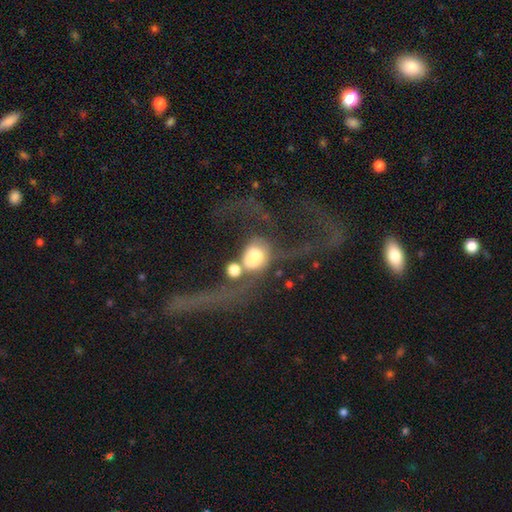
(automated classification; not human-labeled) The model was most divided on "smooth or featured": smooth: 48%, featured or disk: 39%, star or artifact: 13%. Remaining: merging — merger (49%).